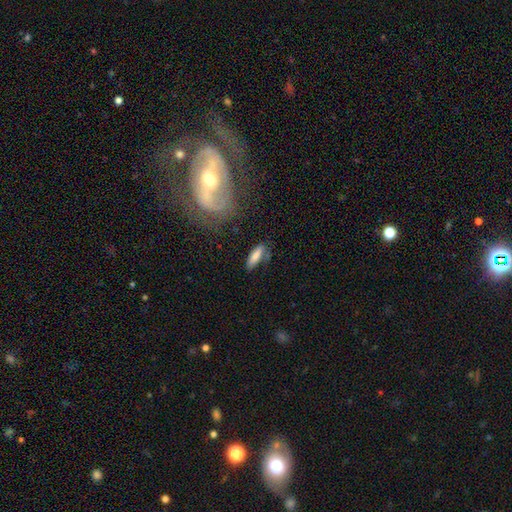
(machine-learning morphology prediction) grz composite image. It shows a smooth galaxy with no disk features (81%) that is cigar-shaped (52%). Merging: none (71%).